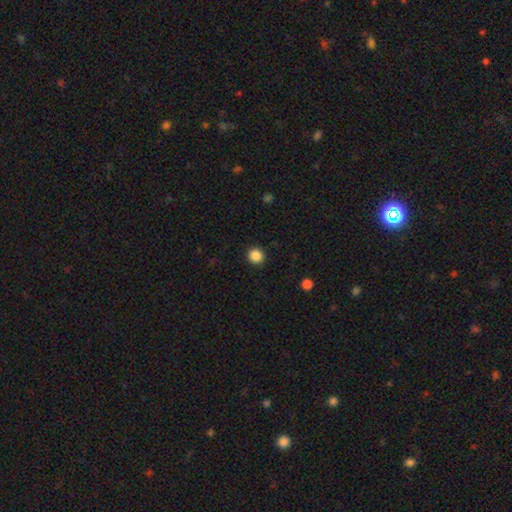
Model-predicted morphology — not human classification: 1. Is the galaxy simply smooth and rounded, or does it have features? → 86% smooth, 11% star or artifact, 3% featured or disk.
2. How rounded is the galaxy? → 93% round, 6% in between, 1% cigar-shaped.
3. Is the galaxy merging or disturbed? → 93% none, 5% minor disturbance, 2% major disturbance, 1% merger.